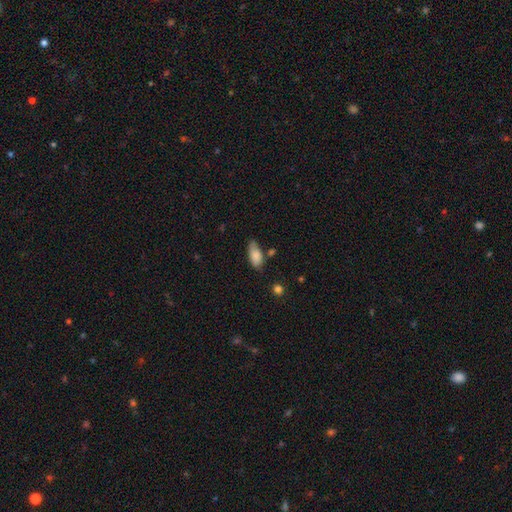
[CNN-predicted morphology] Smooth or featured? smooth (83%)
How rounded? in between (88%)
Merging? none (61%)